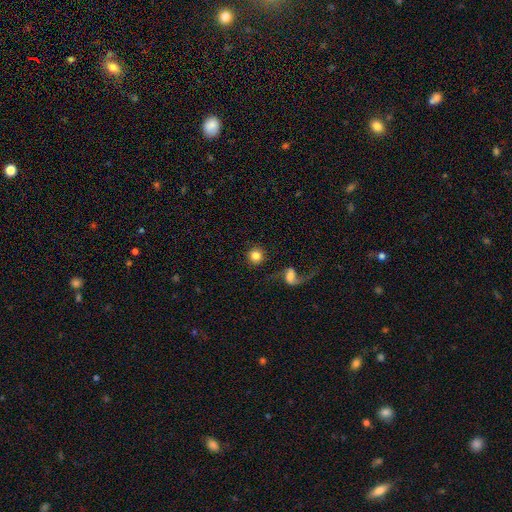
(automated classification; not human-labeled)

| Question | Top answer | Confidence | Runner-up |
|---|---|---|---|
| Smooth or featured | smooth | 81% | featured or disk (11%) |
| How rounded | round | 95% | in between (4%) |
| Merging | none | 80% | merger (8%) |